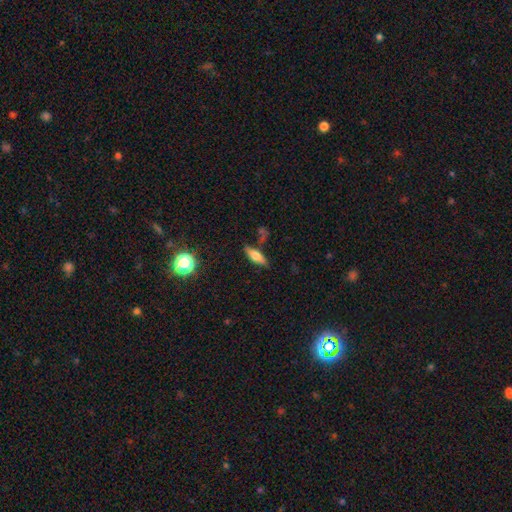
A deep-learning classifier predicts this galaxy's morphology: Q: Smooth or featured?
A: smooth (57%); runner-up: featured or disk (34%)
Q: How rounded?
A: in between (53%); runner-up: cigar-shaped (43%)
Q: Merging?
A: none (74%); runner-up: minor disturbance (16%)